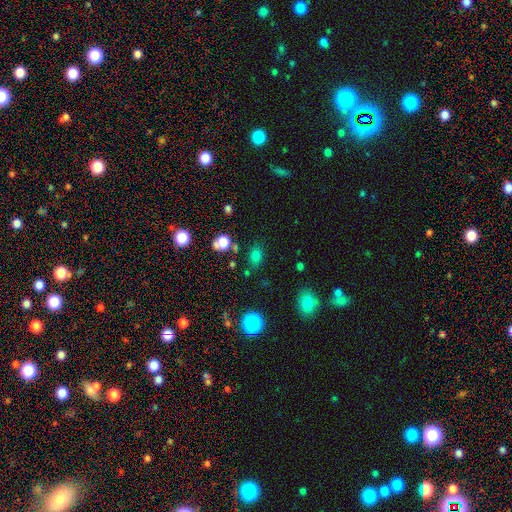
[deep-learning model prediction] Smooth or featured?
  - smooth: 73% *
  - star or artifact: 20%
  - featured or disk: 7%
How rounded?
  - in between: 56% *
  - round: 42%
  - cigar-shaped: 2%
Merging?
  - none: 81% *
  - minor disturbance: 12%
  - merger: 4%
  - major disturbance: 4%